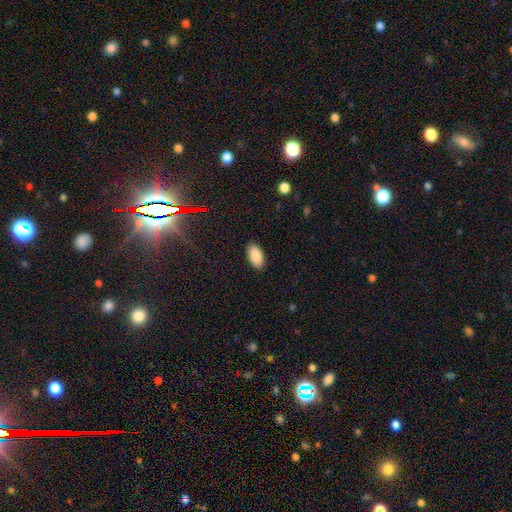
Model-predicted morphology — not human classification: This is clearly a smooth galaxy (89%). How rounded: clearly in between (95%). Merging: clearly none (88%).